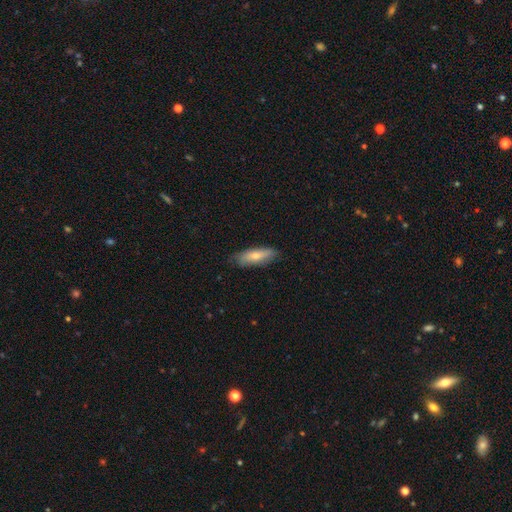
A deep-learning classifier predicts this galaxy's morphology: Smooth or featured: smooth — 67% (featured or disk — 27%)
How rounded: in between — 51% (cigar-shaped — 47%)
Merging: none — 78% (minor disturbance — 18%)